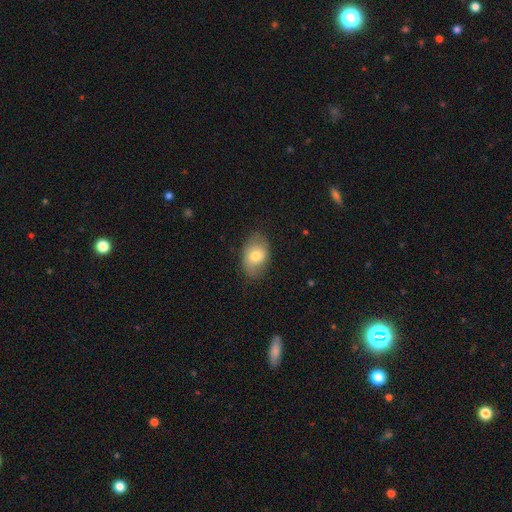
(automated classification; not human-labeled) Q: Smooth or featured?
A: smooth (71%); runner-up: featured or disk (22%)
Q: How rounded?
A: in between (83%); runner-up: round (16%)
Q: Merging?
A: none (74%); runner-up: minor disturbance (20%)